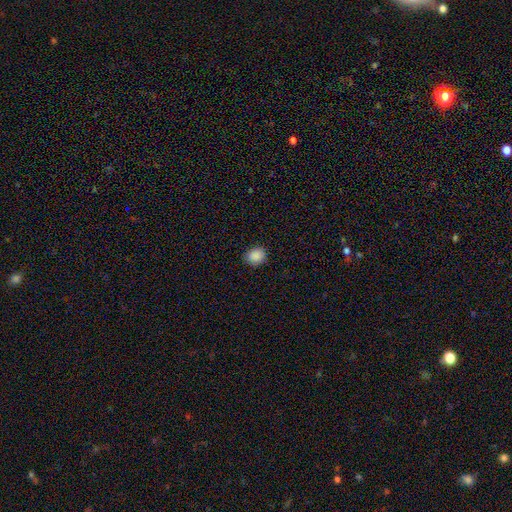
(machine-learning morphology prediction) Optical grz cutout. It shows a smooth galaxy with no disk features (88%) that is round (70%). Merging: none (89%).